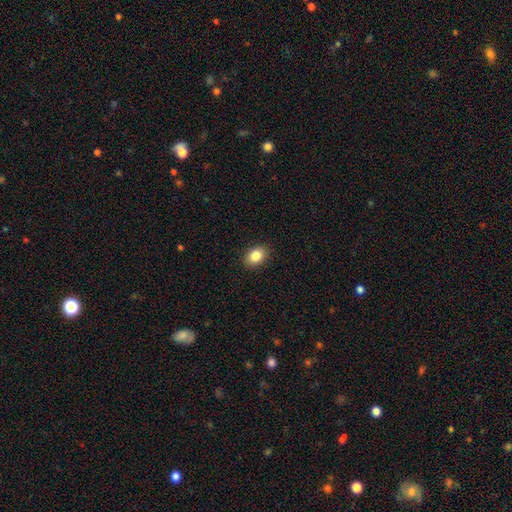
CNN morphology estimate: Overall: smooth (85%). How rounded: in between (75%). Merging: none (89%).